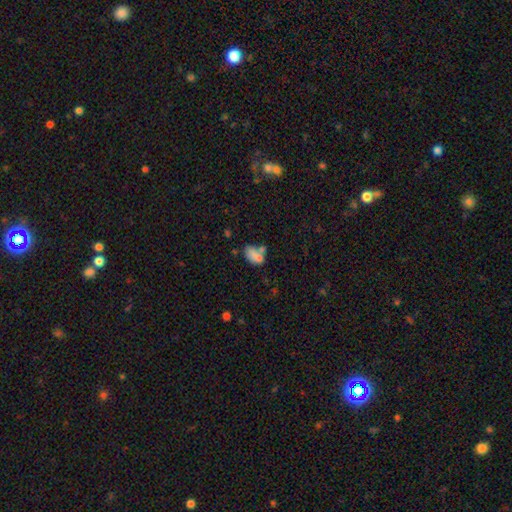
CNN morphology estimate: smooth-or-featured: smooth: 75% | featured or disk: 15% | star or artifact: 10%
  how-rounded: in between: 85% | round: 13% | cigar-shaped: 2%
  merging: merger: 36% (tied) | none: 36% (tied) | minor disturbance: 18% | major disturbance: 10%